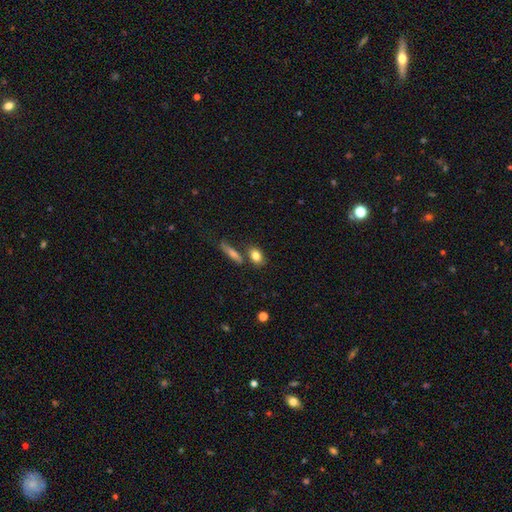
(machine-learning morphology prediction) A smooth galaxy with no disk features (80%) that is in between round and cigar-shaped (70%).

Vote fractions:
- Smooth or featured? smooth: 80% / featured or disk: 11% / star or artifact: 8%
- How rounded? in between: 70% / round: 21% / cigar-shaped: 9%
- Merging? none: 66% / merger: 17% / minor disturbance: 13% / major disturbance: 4%